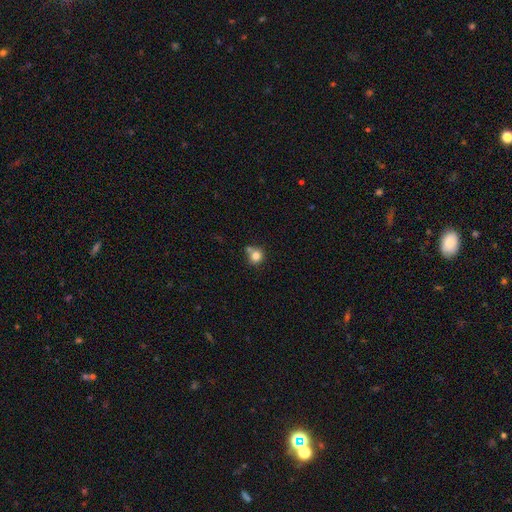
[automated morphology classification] Smooth or featured? smooth (81%)
How rounded? round (88%)
Merging? none (57%)